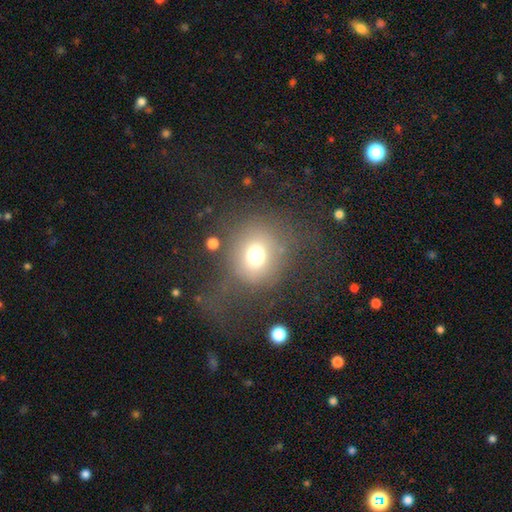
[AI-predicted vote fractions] Q: Smooth or featured?
A: smooth (69%); runner-up: star or artifact (17%)
Q: How rounded?
A: round (80%); runner-up: in between (19%)
Q: Merging?
A: none (62%); runner-up: major disturbance (19%)